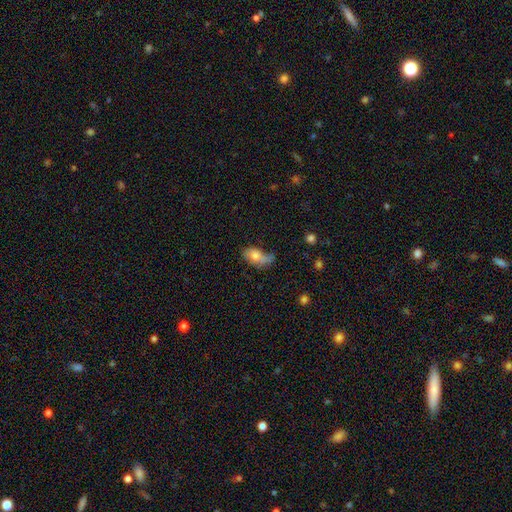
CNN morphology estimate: smooth_or_featured: smooth (p=0.67) [alt: featured or disk p=0.24]
how_rounded: in between (p=0.88) [alt: round p=0.07]
merging: major disturbance (p=0.31) [alt: minor disturbance p=0.30]